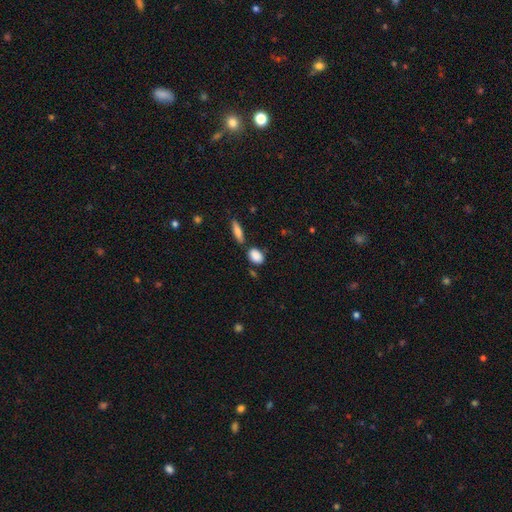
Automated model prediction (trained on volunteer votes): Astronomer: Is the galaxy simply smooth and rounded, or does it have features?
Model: smooth — 88%.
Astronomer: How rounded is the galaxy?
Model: in between — 76%.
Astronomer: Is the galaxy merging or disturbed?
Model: none — 71%.